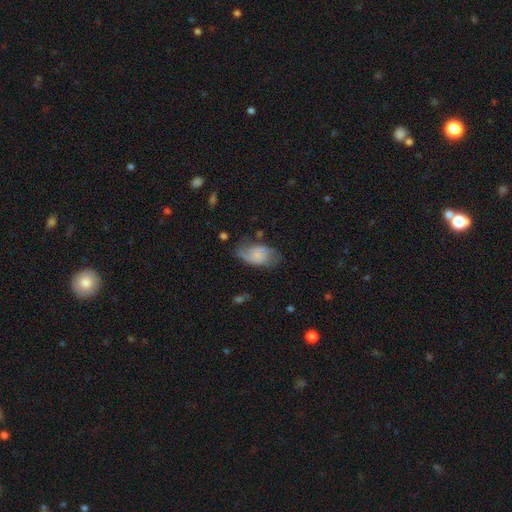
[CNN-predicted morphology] This appears to be a smooth galaxy with no disk features (49%). Merging: none (49%).